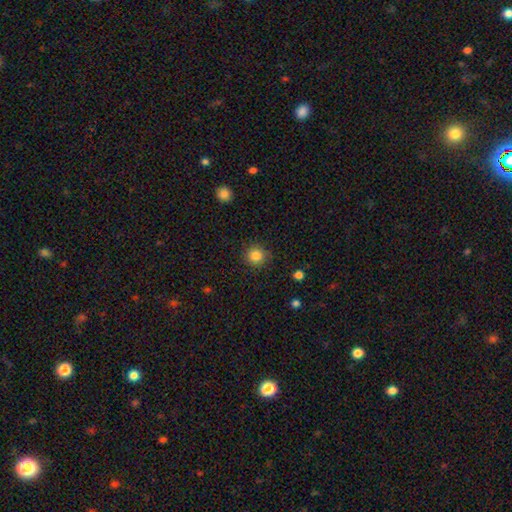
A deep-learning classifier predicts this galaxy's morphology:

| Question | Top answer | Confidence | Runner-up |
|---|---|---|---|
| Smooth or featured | smooth | 85% | star or artifact (11%) |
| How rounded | round | 93% | in between (6%) |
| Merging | none | 88% | minor disturbance (8%) |